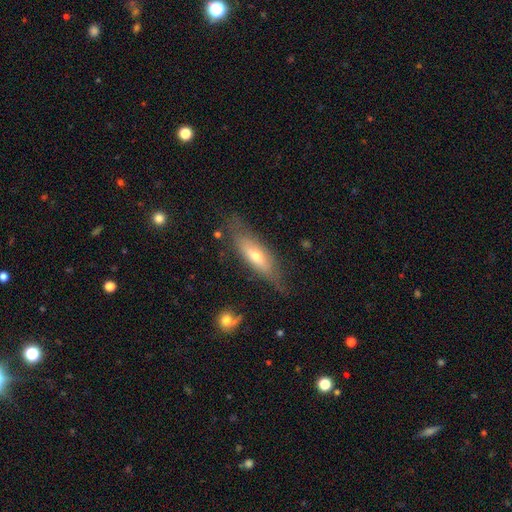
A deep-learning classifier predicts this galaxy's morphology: smooth_or_featured: featured or disk (p=0.48) [alt: smooth p=0.45]
merging: none (p=0.68) [alt: minor disturbance p=0.22]